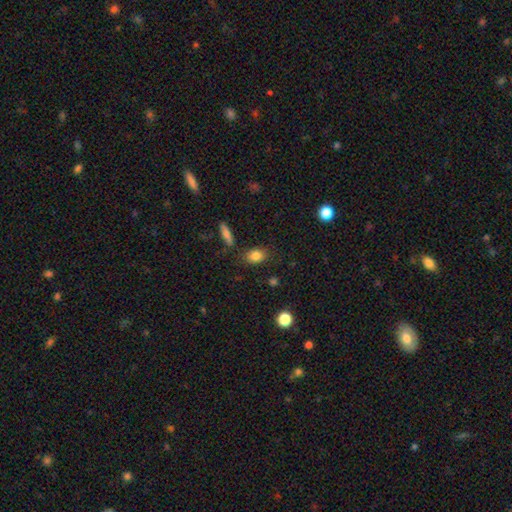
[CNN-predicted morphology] Smooth or featured? smooth (83%)
How rounded? in between (72%)
Merging? none (80%)